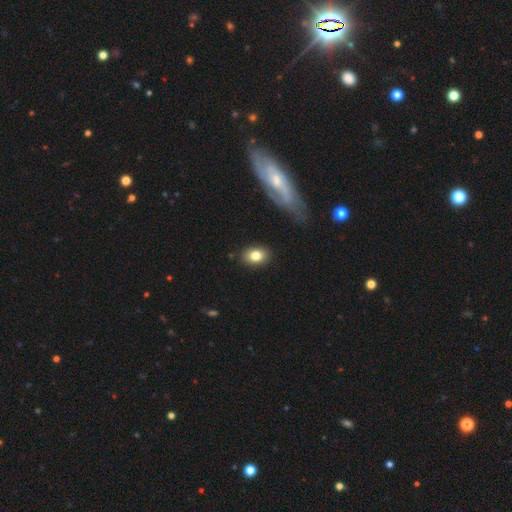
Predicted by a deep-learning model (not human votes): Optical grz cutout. It shows a smooth galaxy with no disk features (81%) that is in between round and cigar-shaped (80%). Merging: none (86%).